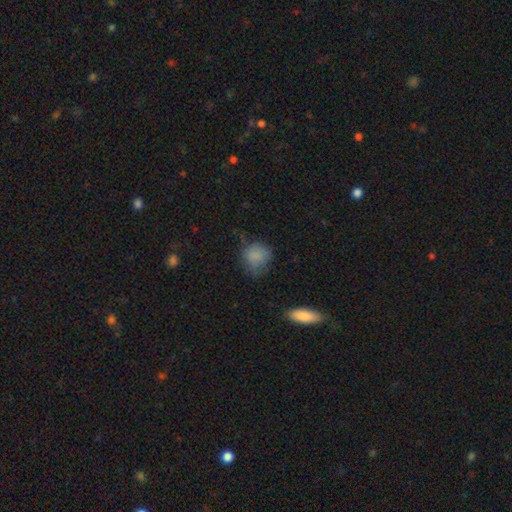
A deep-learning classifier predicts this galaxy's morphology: Q: Smooth or featured?
A: smooth (81%); runner-up: star or artifact (11%)
Q: How rounded?
A: round (78%); runner-up: in between (21%)
Q: Merging?
A: none (58%); runner-up: minor disturbance (29%)